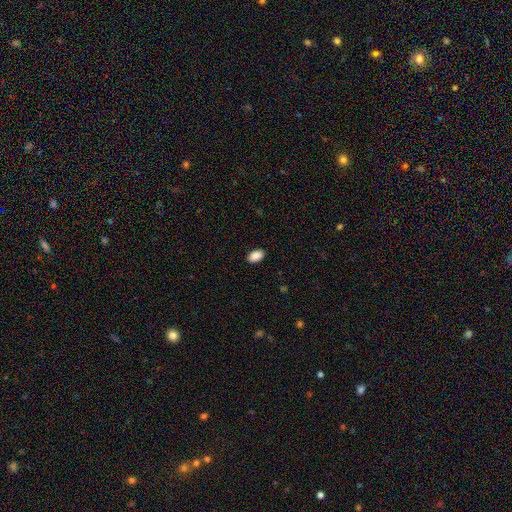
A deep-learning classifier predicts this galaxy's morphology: Smooth or featured: smooth — 90% (star or artifact — 7%)
How rounded: in between — 93% (round — 6%)
Merging: none — 89% (minor disturbance — 8%)